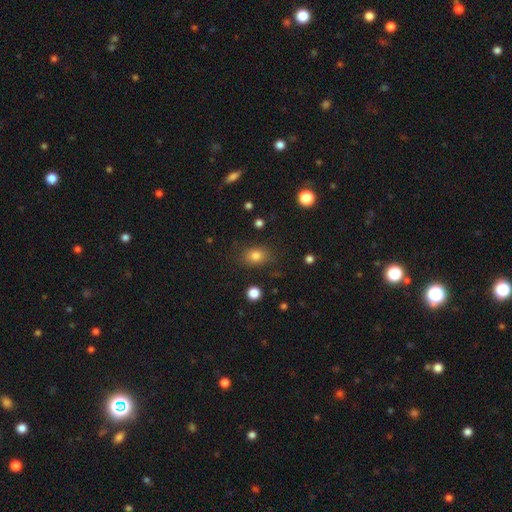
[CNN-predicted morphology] Smooth or featured? smooth (80%)
How rounded? in between (55%)
Merging? none (83%)